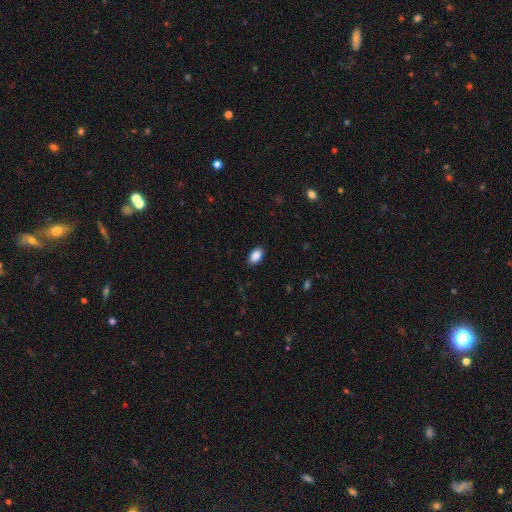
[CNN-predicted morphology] Smooth or featured? Predicted: smooth (p=0.89). How rounded? Predicted: in between (p=0.86). Merging? Predicted: none (p=0.88).